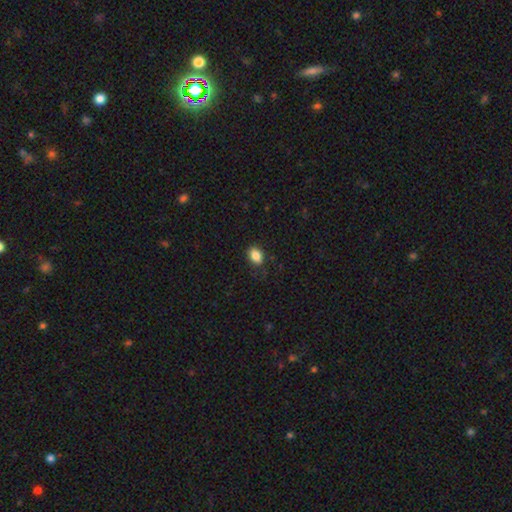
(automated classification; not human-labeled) Smooth or featured? smooth (86%)
How rounded? in between (78%)
Merging? none (83%)